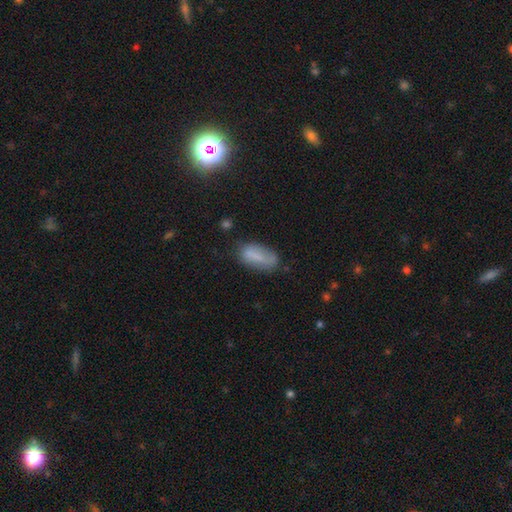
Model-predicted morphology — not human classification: type=smooth (74%); roundness=in between (82%); merging=none (64%).